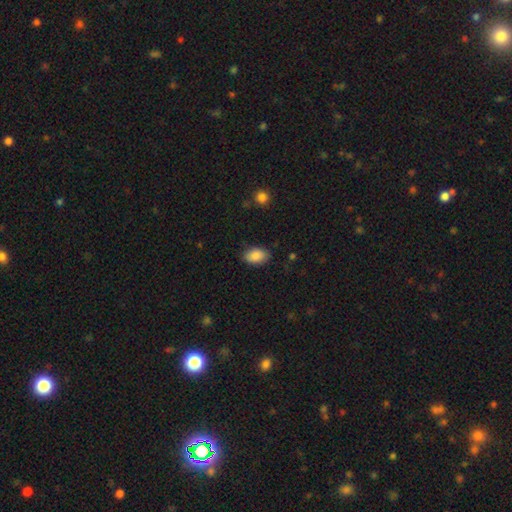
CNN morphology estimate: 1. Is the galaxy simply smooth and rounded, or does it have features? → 88% smooth, 7% star or artifact, 5% featured or disk.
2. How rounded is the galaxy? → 91% in between, 8% round, 1% cigar-shaped.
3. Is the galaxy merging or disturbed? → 85% none, 11% minor disturbance, 3% major disturbance, 1% merger.